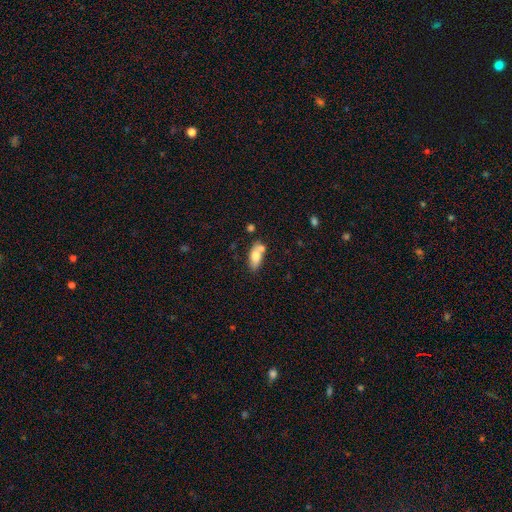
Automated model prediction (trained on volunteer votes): This appears to be a smooth galaxy with no disk features (74%) that is in between round and cigar-shaped (84%). Merging: none (56%).